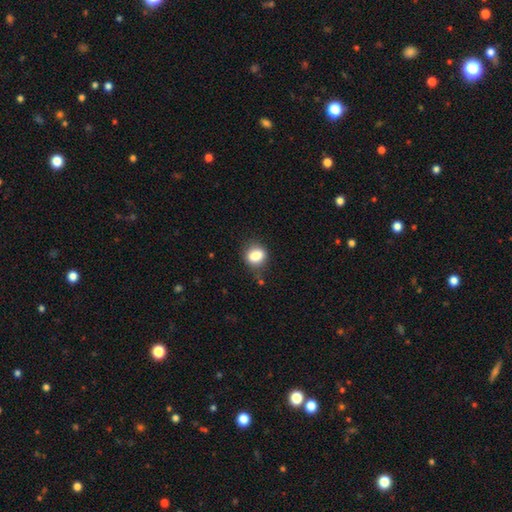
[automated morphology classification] This appears to be a smooth galaxy with no disk features (84%) that is round (51%). Merging: none (71%).